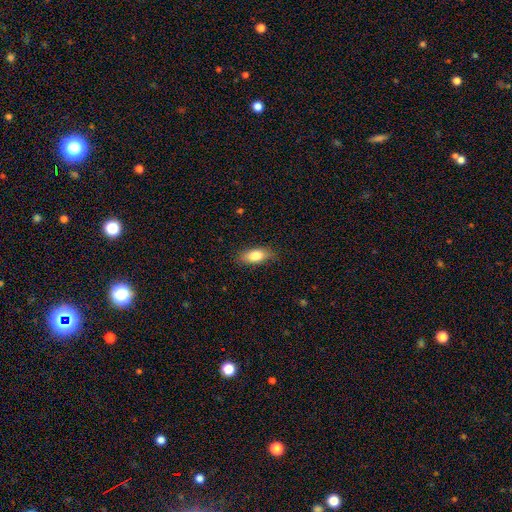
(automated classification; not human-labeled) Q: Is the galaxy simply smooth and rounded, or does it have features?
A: smooth — 82%.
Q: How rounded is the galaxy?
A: in between — 83%.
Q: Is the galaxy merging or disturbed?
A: none — 83%.